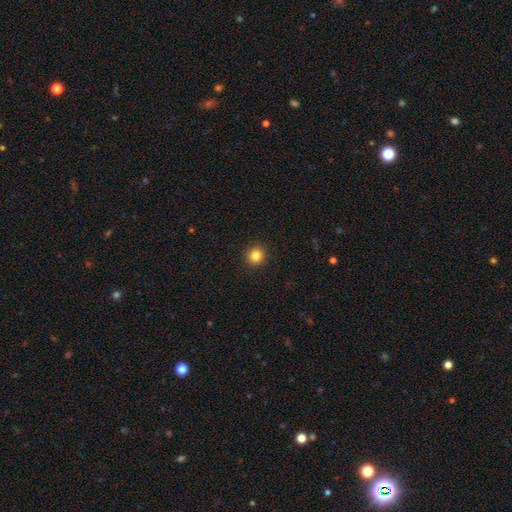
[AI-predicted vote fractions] Overall: smooth (84%). How rounded: round (89%). Merging: none (92%).